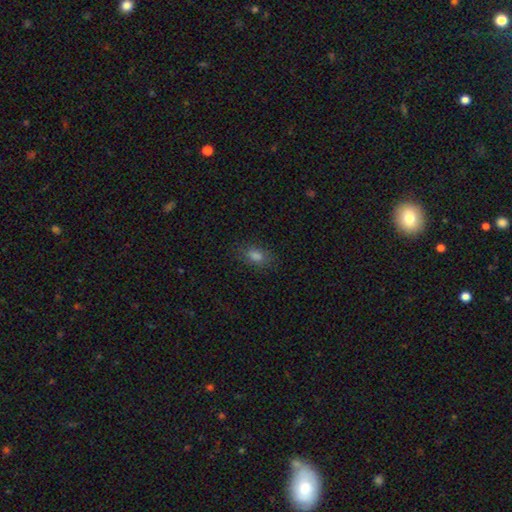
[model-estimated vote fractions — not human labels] Smooth or featured? smooth (76%)
How rounded? in between (80%)
Merging? none (82%)